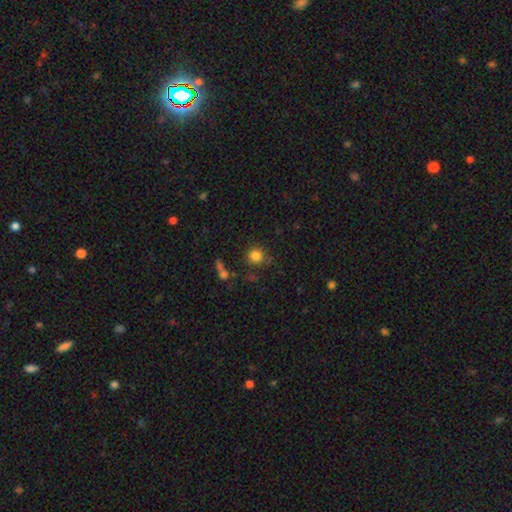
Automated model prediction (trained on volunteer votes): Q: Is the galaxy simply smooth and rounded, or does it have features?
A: smooth — 82%.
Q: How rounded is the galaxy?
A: round — 91%.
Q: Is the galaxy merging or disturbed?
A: none — 78%.